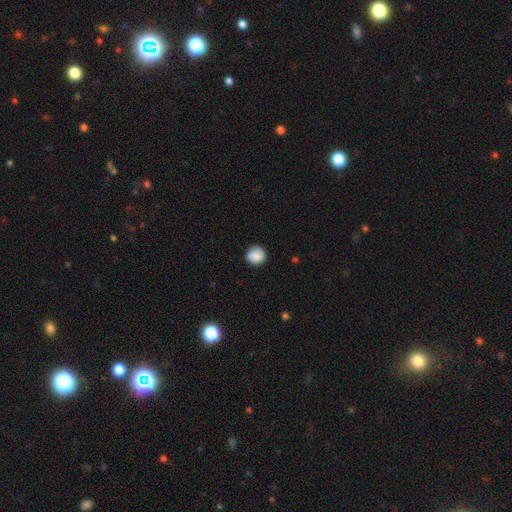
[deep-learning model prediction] Smooth or featured? Predicted: smooth (p=0.87). How rounded? Predicted: round (p=0.92). Merging? Predicted: none (p=0.88).